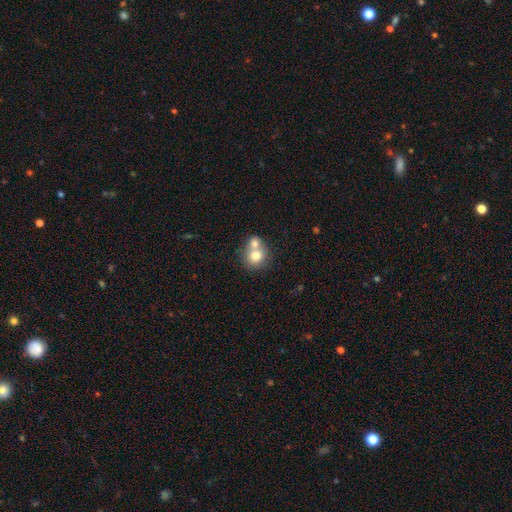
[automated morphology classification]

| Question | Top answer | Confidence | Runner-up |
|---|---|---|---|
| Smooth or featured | smooth | 73% | featured or disk (18%) |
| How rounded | round | 79% | in between (20%) |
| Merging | merger | 58% | none (33%) |